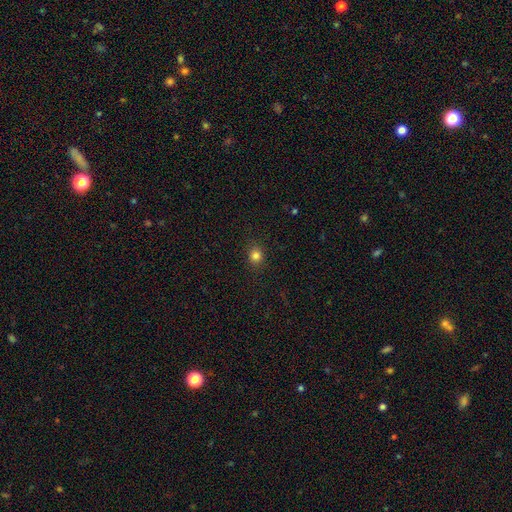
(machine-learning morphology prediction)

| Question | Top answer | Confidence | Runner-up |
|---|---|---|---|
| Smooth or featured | smooth | 82% | star or artifact (13%) |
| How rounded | round | 77% | in between (22%) |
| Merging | none | 88% | minor disturbance (8%) |